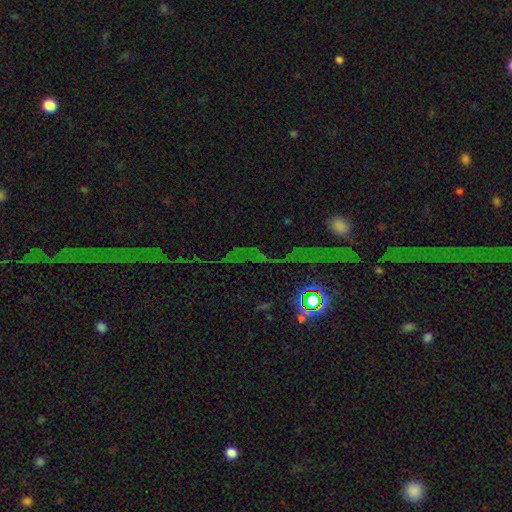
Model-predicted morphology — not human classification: A star or artifact, not a galaxy (74%).